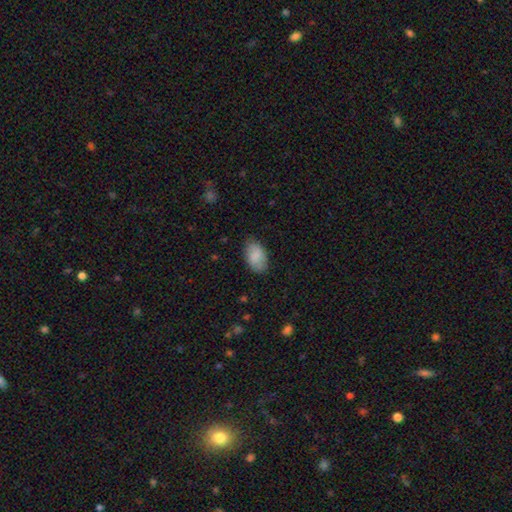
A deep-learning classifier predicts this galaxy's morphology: The model was most divided on "merging": none: 80%, minor disturbance: 16%, major disturbance: 3%, merger: 1%. More confident: how rounded — in between (94%); smooth or featured — smooth (84%).